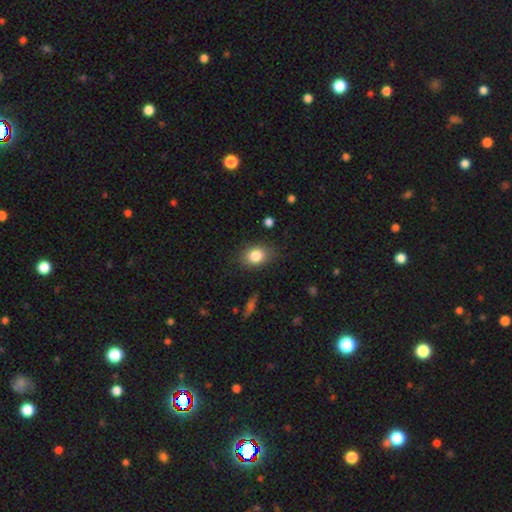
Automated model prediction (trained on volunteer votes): A smooth galaxy with no disk features (83%) that is in between round and cigar-shaped (65%).

Vote fractions:
- Smooth or featured? smooth: 83% / star or artifact: 9% / featured or disk: 8%
- How rounded? in between: 65% / round: 34% / cigar-shaped: 1%
- Merging? none: 80% / minor disturbance: 15% / major disturbance: 4% / merger: 1%